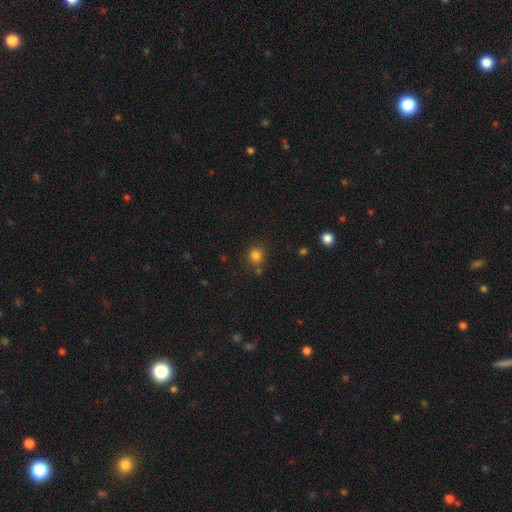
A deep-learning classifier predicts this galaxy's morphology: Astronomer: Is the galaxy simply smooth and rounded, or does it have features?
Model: smooth — 81%.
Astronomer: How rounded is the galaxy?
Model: round — 88%.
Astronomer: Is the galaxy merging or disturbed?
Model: none — 78%.